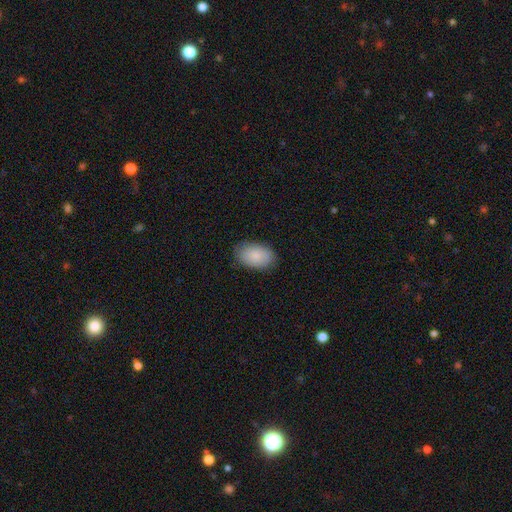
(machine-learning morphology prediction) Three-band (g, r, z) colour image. It shows a smooth galaxy with no disk features (84%) that is in between round and cigar-shaped (89%). Merging: none (83%).